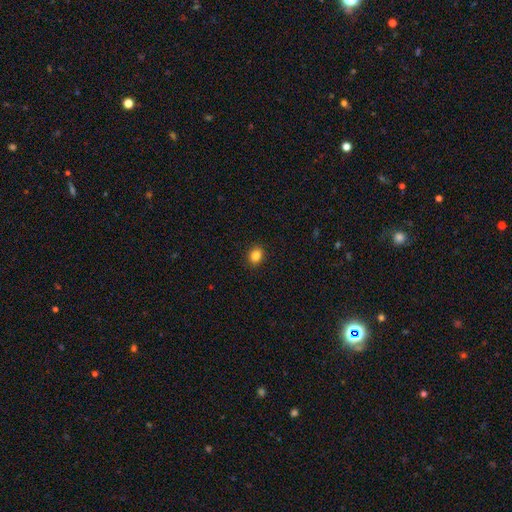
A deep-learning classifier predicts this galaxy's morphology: smooth 85%, star or artifact 11%, featured or disk 4%. Down the decision tree: how rounded — round (54%); merging — none (91%).